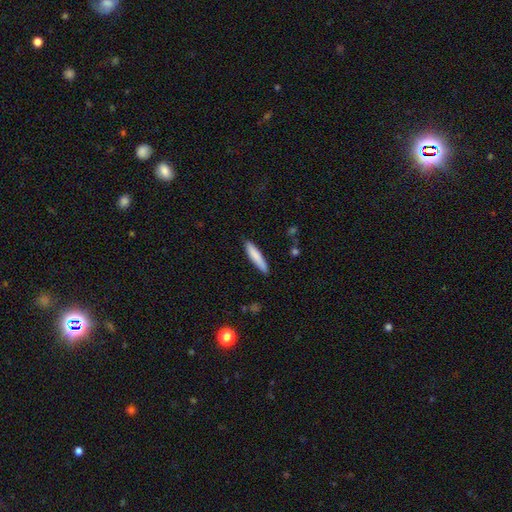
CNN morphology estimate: smooth 82%, featured or disk 13%, star or artifact 6%. Down the decision tree: how rounded — cigar-shaped (88%); merging — none (86%).